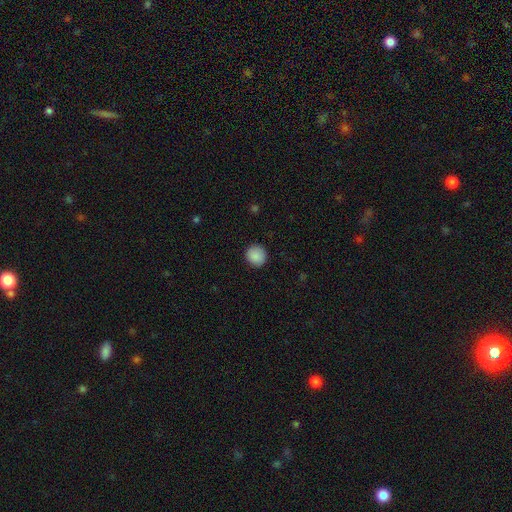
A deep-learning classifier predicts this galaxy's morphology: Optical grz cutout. It shows a smooth galaxy with no disk features (89%) that is round (92%). Merging: none (91%).